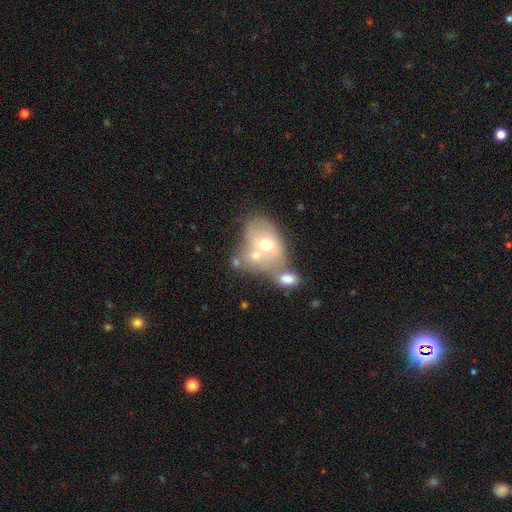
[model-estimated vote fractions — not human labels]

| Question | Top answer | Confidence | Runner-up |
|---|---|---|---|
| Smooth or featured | smooth | 55% | featured or disk (35%) |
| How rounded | in between | 67% | round (32%) |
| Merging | merger | 61% | none (20%) |